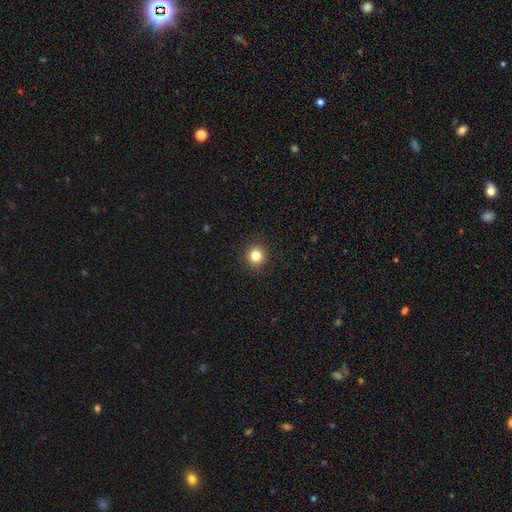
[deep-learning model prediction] This is clearly a smooth galaxy (83%). How rounded: clearly round (91%). Merging: clearly none (92%).